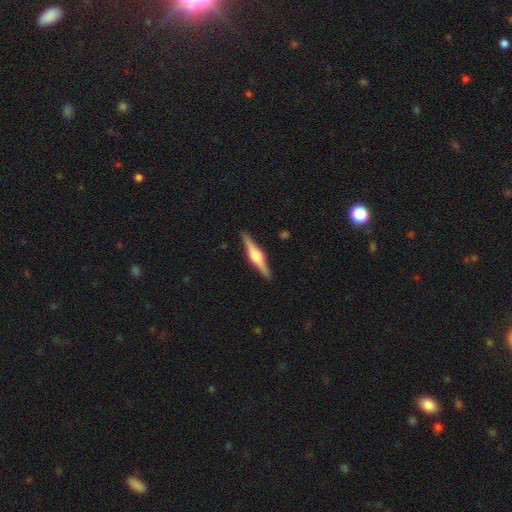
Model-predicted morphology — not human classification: This appears to be a featured or disk galaxy (79%) viewed edge-on (98%) with a rounded central bulge (91%). Merging: none (92%).